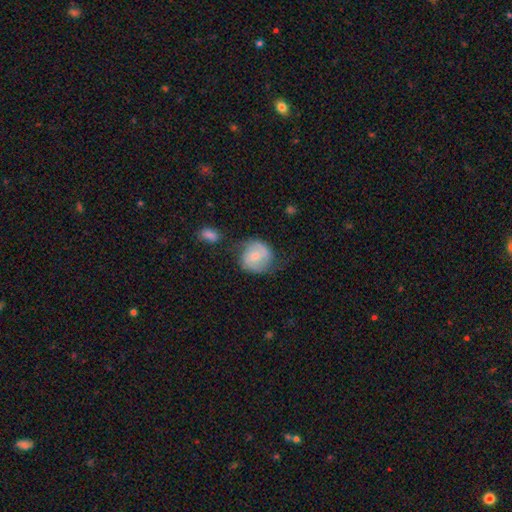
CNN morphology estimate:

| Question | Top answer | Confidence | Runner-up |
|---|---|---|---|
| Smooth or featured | featured or disk | 49% | smooth (44%) |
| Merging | none | 56% | minor disturbance (25%) |